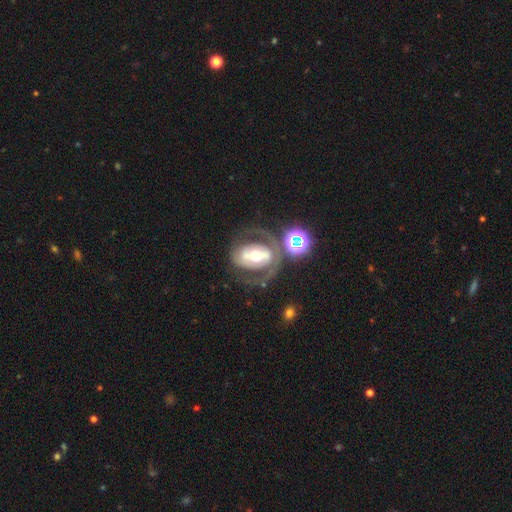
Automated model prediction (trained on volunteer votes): A featured or disk galaxy (76%) with a strong bar (52%), spiral arms (65%) and a moderate central bulge (66%). Merging: none (57%).